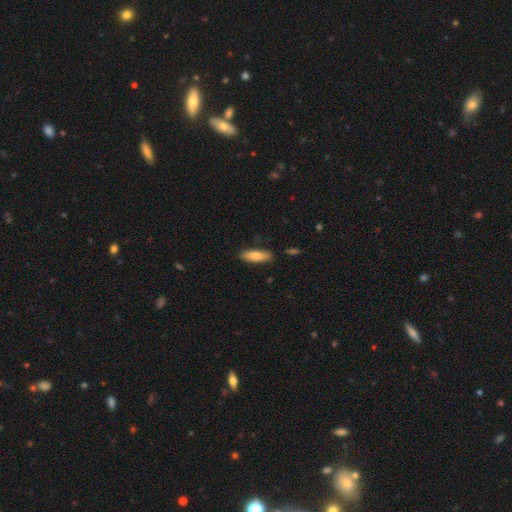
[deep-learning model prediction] Overall: smooth (80%). How rounded: in between (51%; cigar-shaped 47%). Merging: none (84%).